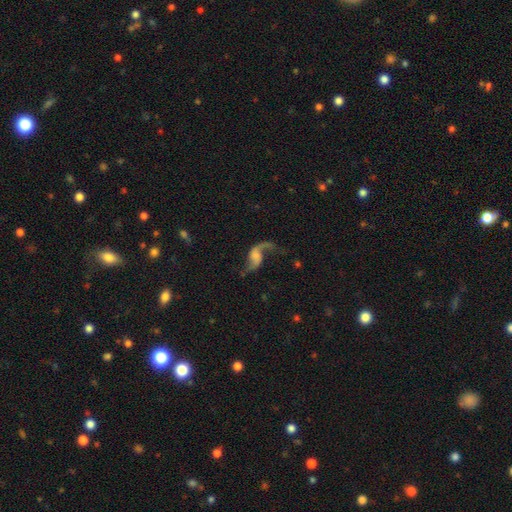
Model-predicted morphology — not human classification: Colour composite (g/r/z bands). It shows a featured or disk galaxy (84%) with no bar (57%), 2 (85%) loose (89%) spiral arms (95%) and no central bulge (42%). Merging: none (58%).